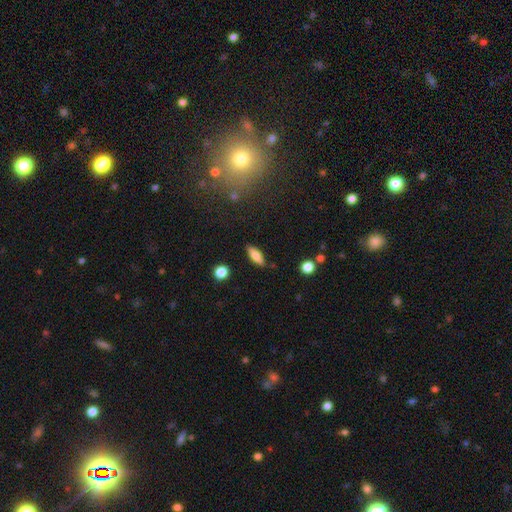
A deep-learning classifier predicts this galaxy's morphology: smooth-or-featured: smooth: 72% | featured or disk: 20% | star or artifact: 7%
  how-rounded: in between: 58% | cigar-shaped: 39% | round: 3%
  merging: none: 84% | minor disturbance: 11% | major disturbance: 2% | merger: 2%